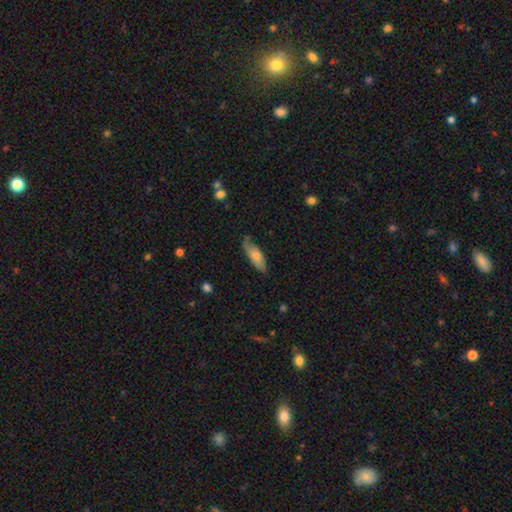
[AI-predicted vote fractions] smooth_or_featured: smooth (p=0.61) [alt: featured or disk p=0.32]
how_rounded: in between (p=0.58) [alt: cigar-shaped p=0.40]
merging: none (p=0.76) [alt: minor disturbance p=0.19]